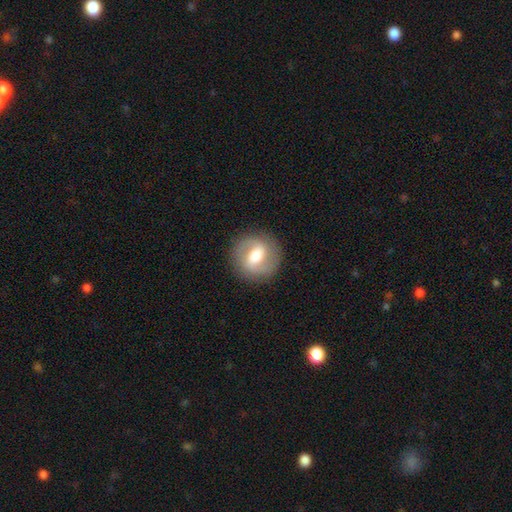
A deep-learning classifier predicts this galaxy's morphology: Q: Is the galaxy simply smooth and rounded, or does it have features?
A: featured or disk — 64%.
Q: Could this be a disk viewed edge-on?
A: no — 96%.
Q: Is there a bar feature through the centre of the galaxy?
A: weak — 47%.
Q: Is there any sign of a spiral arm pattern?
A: yes — 76%.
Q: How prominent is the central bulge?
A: moderate — 65%.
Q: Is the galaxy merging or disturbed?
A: none — 87%.